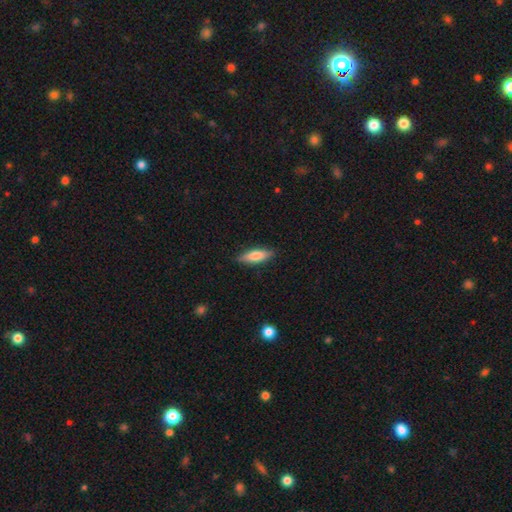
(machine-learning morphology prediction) A smooth galaxy with no disk features (72%) that is in between round and cigar-shaped (50%).

Vote fractions:
- Smooth or featured? smooth: 72% / featured or disk: 22% / star or artifact: 6%
- How rounded? in between: 50% / cigar-shaped: 48% / round: 2%
- Merging? none: 87% / minor disturbance: 10% / major disturbance: 2% / merger: 1%